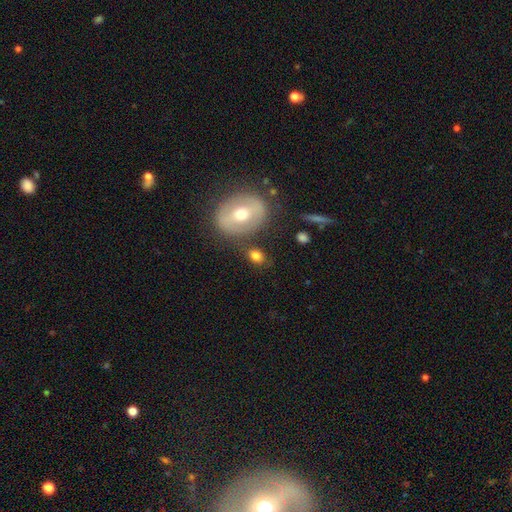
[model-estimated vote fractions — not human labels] Morphology: type=smooth (73%); roundness=in between (63%); merging=none (73%).